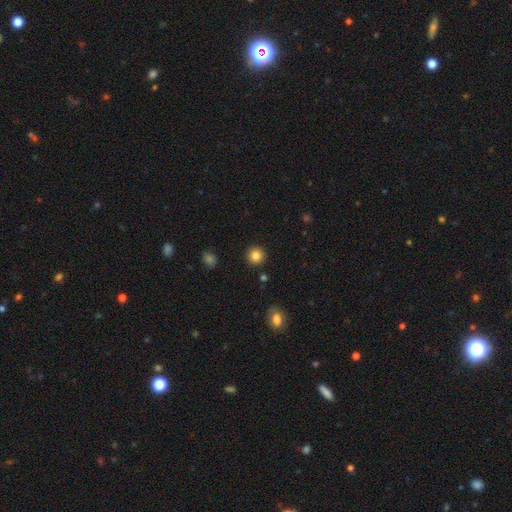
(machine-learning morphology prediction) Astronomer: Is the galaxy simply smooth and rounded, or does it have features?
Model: smooth — 84%.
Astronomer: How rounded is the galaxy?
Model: round — 94%.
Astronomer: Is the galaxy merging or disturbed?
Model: none — 92%.